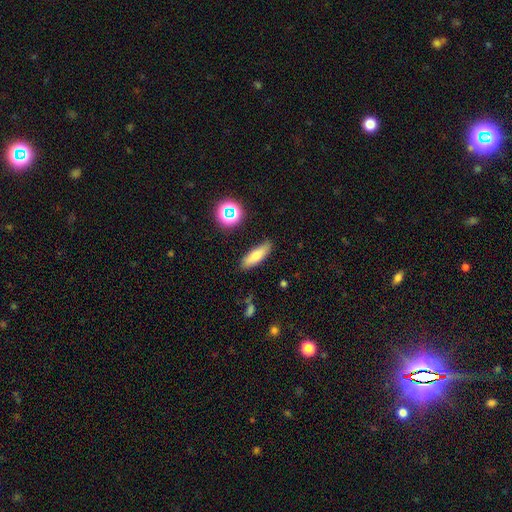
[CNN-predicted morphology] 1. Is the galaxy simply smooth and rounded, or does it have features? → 72% smooth, 18% featured or disk, 10% star or artifact.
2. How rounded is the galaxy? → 49% in between, 47% cigar-shaped, 3% round.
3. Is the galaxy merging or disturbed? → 84% none, 11% minor disturbance, 3% major disturbance, 2% merger.